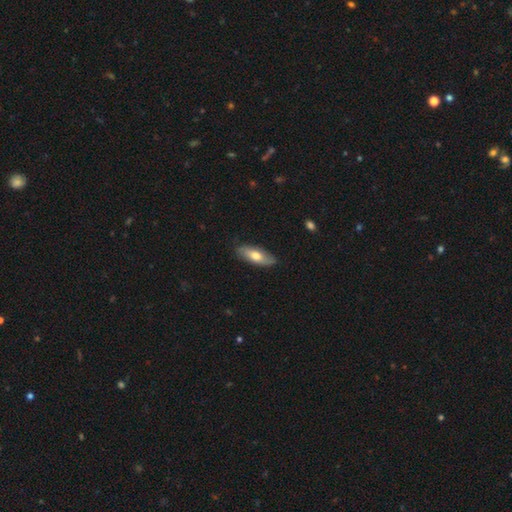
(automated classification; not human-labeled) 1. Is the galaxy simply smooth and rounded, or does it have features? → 64% smooth, 31% featured or disk, 5% star or artifact.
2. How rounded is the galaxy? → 67% in between, 30% cigar-shaped, 3% round.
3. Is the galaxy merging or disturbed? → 83% none, 13% minor disturbance, 2% major disturbance, 1% merger.